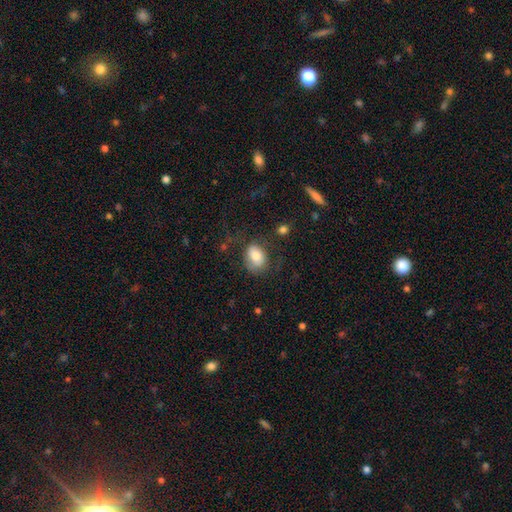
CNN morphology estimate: smooth 76%, featured or disk 16%, star or artifact 8%. Down the decision tree: how rounded — in between (71%); merging — none (57%).